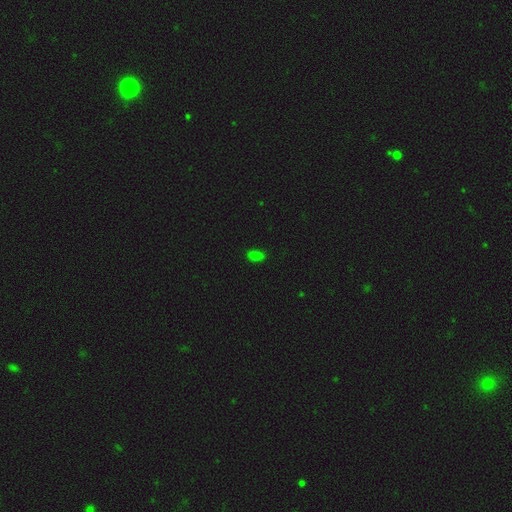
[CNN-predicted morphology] smooth 78%, star or artifact 18%, featured or disk 4%. Down the decision tree: how rounded — in between (90%); merging — none (85%).